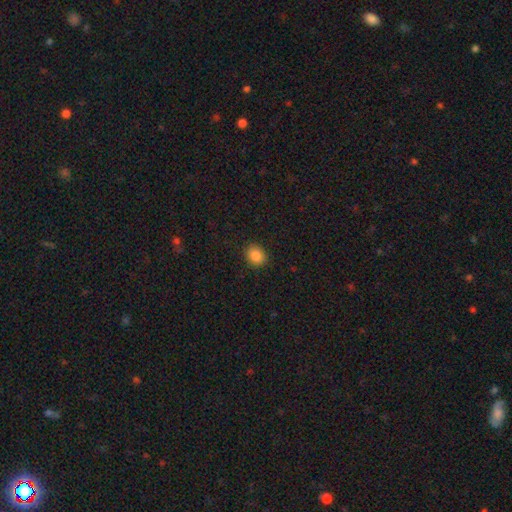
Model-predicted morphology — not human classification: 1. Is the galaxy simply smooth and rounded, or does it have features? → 87% smooth, 10% star or artifact, 4% featured or disk.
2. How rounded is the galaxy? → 59% round, 41% in between, 1% cigar-shaped.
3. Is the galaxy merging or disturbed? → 89% none, 8% minor disturbance, 2% major disturbance, 1% merger.